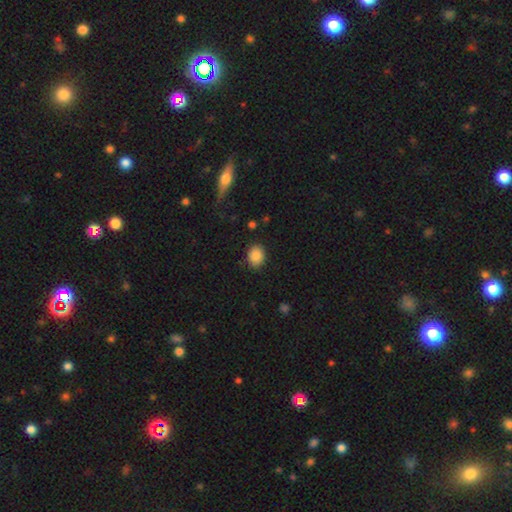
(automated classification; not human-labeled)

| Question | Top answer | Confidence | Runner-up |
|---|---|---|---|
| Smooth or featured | smooth | 87% | star or artifact (9%) |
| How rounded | in between | 56% | round (43%) |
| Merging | none | 85% | minor disturbance (11%) |